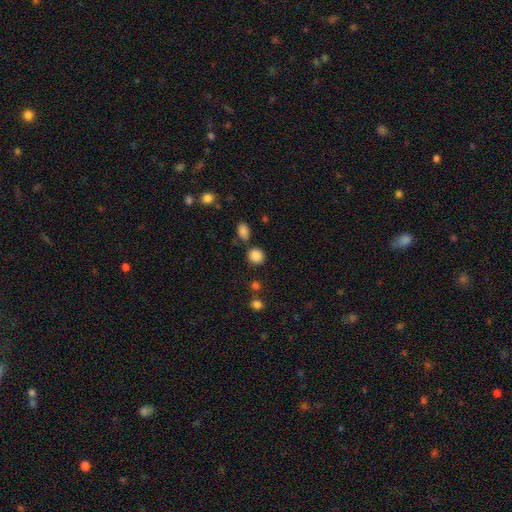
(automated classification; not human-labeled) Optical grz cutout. It shows a smooth galaxy with no disk features (86%) that is round (82%). Merging: none (77%).